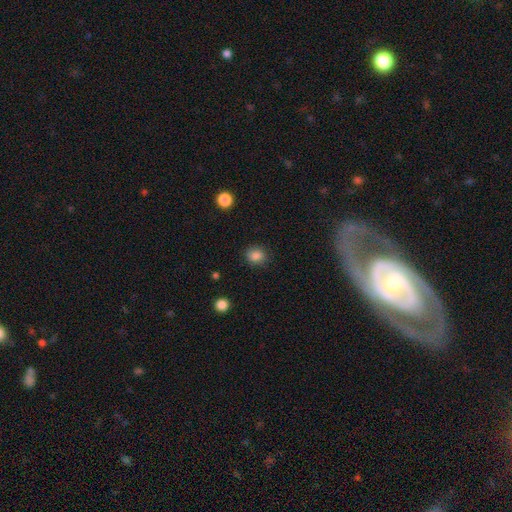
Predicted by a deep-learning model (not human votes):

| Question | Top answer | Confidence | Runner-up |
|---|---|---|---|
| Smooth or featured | smooth | 85% | star or artifact (11%) |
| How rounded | round | 71% | in between (28%) |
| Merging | none | 85% | minor disturbance (11%) |